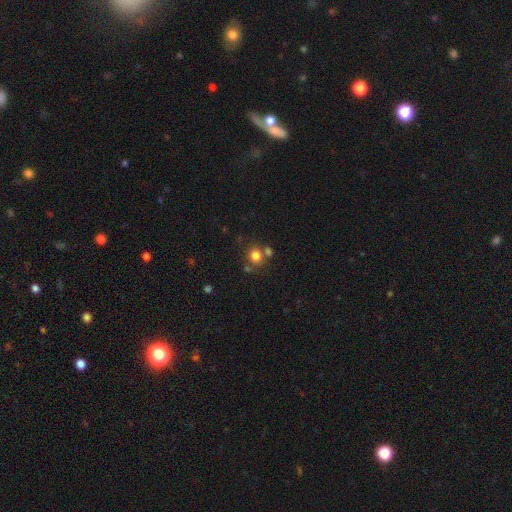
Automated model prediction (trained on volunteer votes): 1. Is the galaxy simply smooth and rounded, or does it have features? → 79% smooth, 13% star or artifact, 8% featured or disk.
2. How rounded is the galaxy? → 79% round, 20% in between, 1% cigar-shaped.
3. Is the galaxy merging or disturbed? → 64% none, 22% merger, 10% minor disturbance, 4% major disturbance.